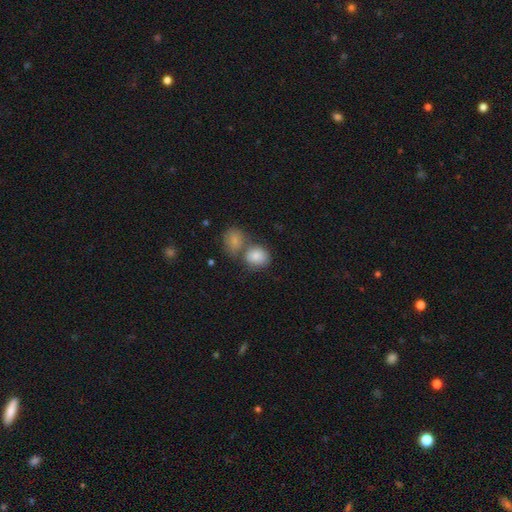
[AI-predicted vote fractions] Smooth or featured: smooth — 81% (star or artifact — 10%)
How rounded: round — 66% (in between — 32%)
Merging: merger — 45% (none — 42%)